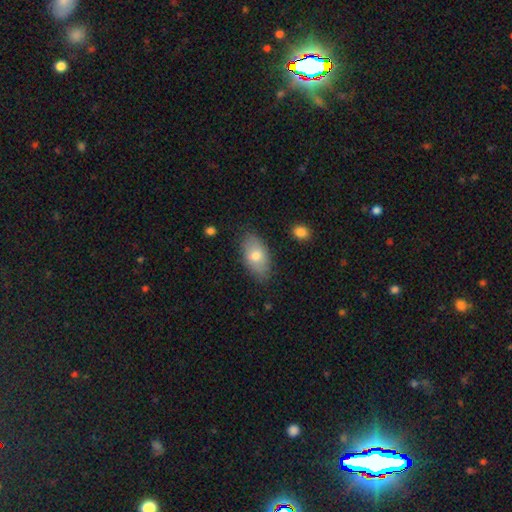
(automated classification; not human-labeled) A smooth galaxy with no disk features (71%) that is in between round and cigar-shaped (92%). Merging: none (81%).